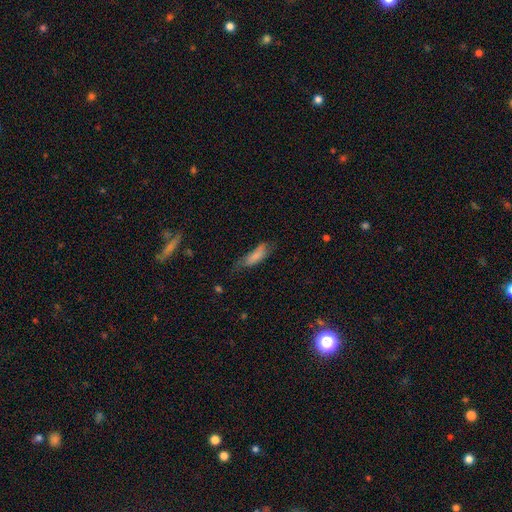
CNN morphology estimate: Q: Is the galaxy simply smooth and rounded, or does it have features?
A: smooth — 77%.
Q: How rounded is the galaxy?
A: in between — 53%.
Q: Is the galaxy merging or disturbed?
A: none — 43%.